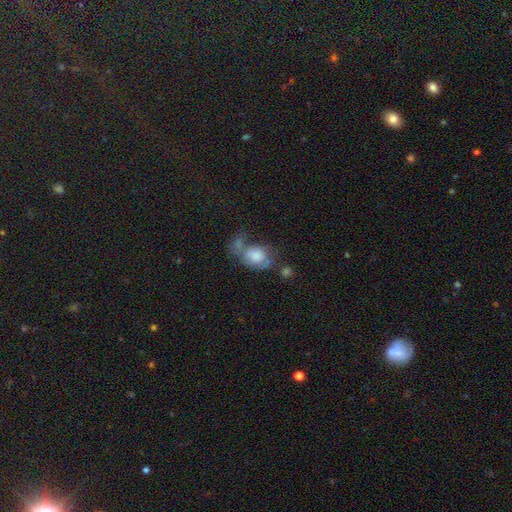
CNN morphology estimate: Smooth or featured?
  - smooth: 67% *
  - featured or disk: 24%
  - star or artifact: 9%
How rounded?
  - in between: 64% *
  - round: 34%
  - cigar-shaped: 1%
Merging?
  - merger: 35% *
  - none: 25%
  - major disturbance: 22%
  - minor disturbance: 18%